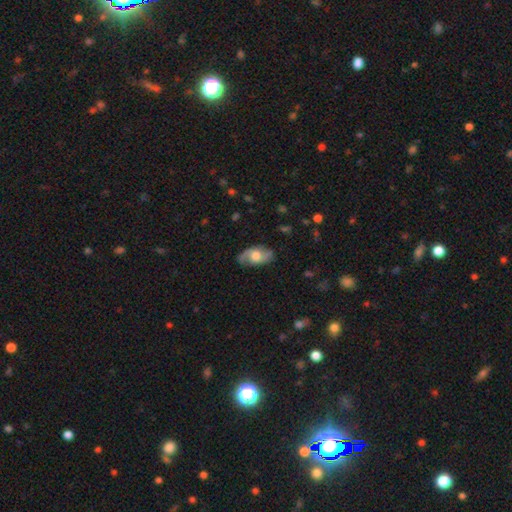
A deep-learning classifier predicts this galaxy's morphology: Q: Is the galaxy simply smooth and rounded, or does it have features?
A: featured or disk — 70%.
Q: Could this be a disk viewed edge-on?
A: no — 93%.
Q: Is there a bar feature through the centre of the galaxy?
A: no — 61%.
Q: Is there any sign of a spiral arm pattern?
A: yes — 87%.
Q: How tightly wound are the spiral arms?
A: loose — 44%.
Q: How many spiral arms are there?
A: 2 — 89%.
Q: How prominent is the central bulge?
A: moderate — 50%.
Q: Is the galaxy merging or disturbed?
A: none — 79%.